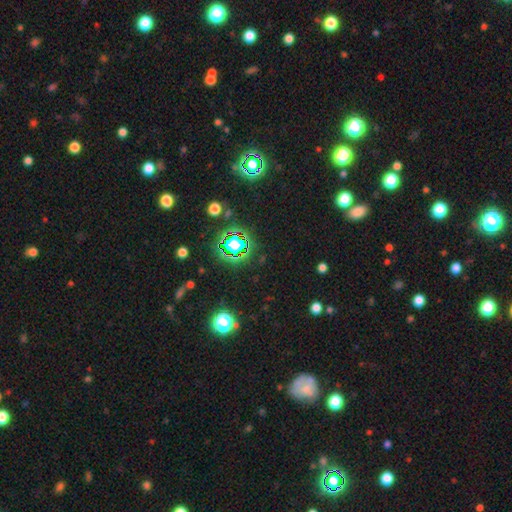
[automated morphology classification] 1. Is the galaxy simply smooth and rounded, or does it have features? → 78% star or artifact, 14% smooth, 9% featured or disk.